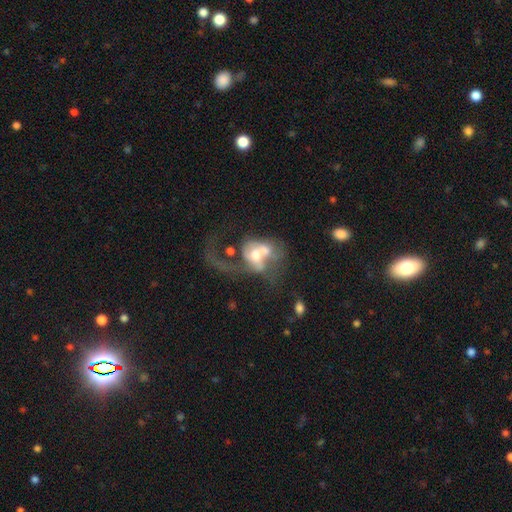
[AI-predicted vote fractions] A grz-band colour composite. It shows a featured or disk galaxy (60%) with no bar (69%), spiral arms (55%) and a moderate central bulge (56%). Merging: merger (55%).